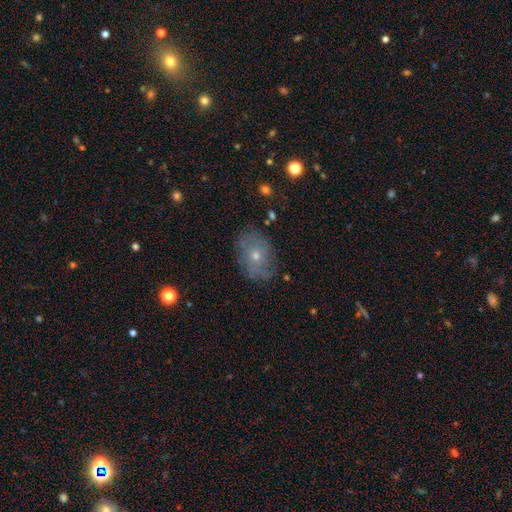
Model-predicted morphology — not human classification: Smooth or featured: featured or disk — 51% (smooth — 36%)
Edge-on disk: no — 94% (yes — 6%)
Merging: none — 74% (minor disturbance — 18%)